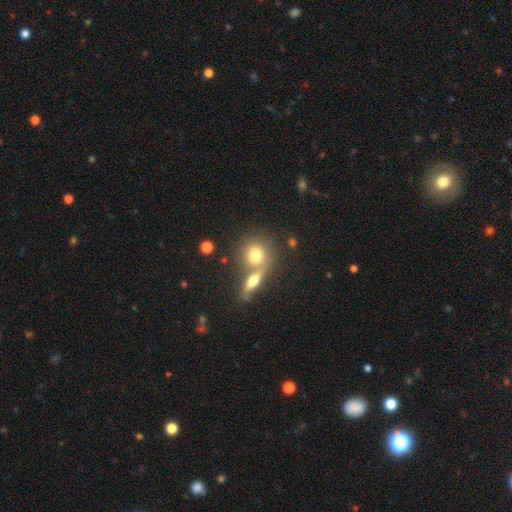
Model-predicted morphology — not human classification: The model was most divided on "merging": none: 50%, merger: 38%, minor disturbance: 8%, major disturbance: 3%. More confident: how rounded — round (78%); smooth or featured — smooth (73%).